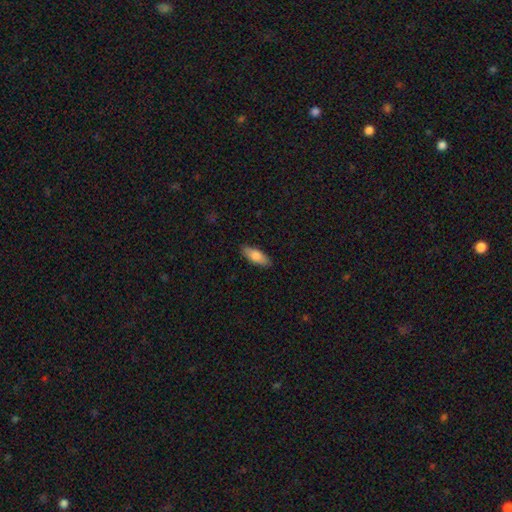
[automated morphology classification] This appears to be a smooth galaxy with no disk features (81%) that is in between round and cigar-shaped (73%). Merging: none (87%).